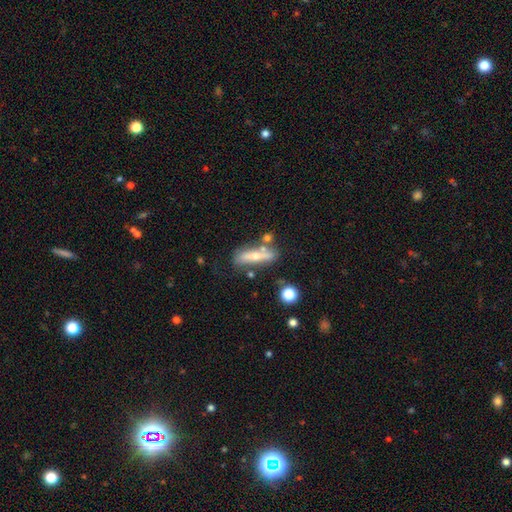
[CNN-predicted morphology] Smooth or featured?
  - smooth: 48% *
  - featured or disk: 44%
  - star or artifact: 8%
Merging?
  - none: 60% *
  - minor disturbance: 18%
  - merger: 15%
  - major disturbance: 7%